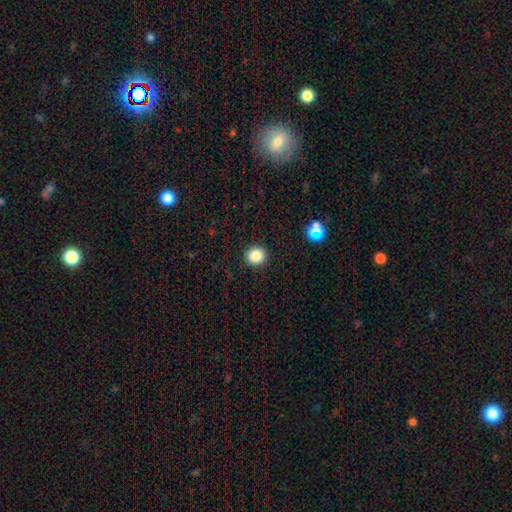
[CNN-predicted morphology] type=smooth (85%); roundness=round (88%); merging=none (92%).